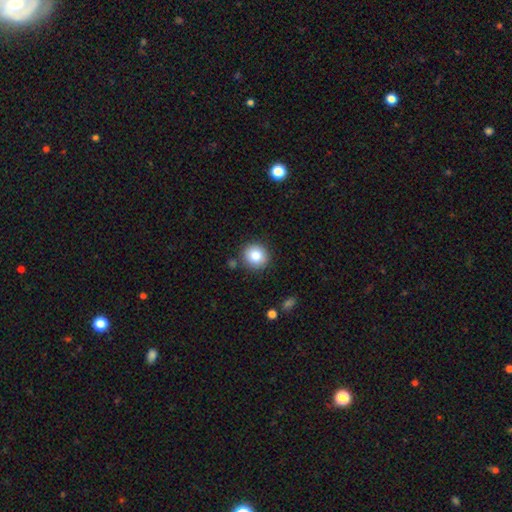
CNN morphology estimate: Smooth or featured? Predicted: smooth (p=0.83). How rounded? Predicted: round (p=0.91). Merging? Predicted: none (p=0.85).